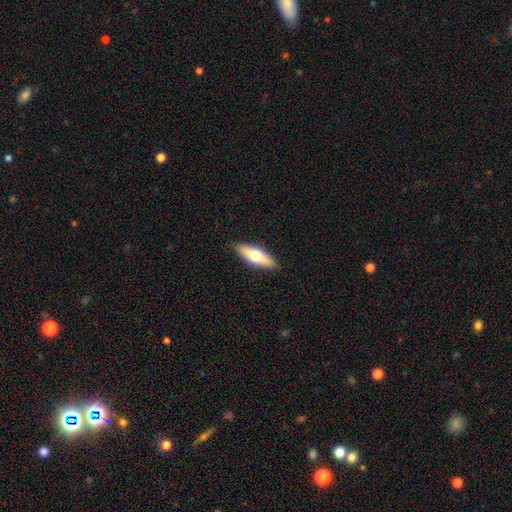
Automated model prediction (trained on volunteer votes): Smooth or featured? Predicted: smooth (p=0.57). How rounded? Predicted: in between (p=0.56). Merging? Predicted: none (p=0.89).